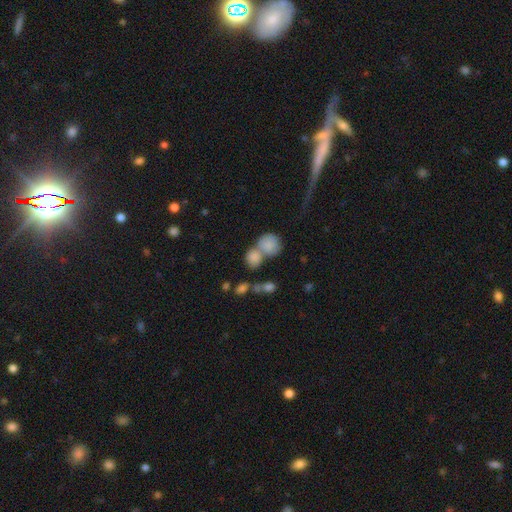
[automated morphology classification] A smooth galaxy with no disk features (81%) that is round (60%).

Vote fractions:
- Smooth or featured? smooth: 81% / featured or disk: 11% / star or artifact: 9%
- How rounded? round: 60% / in between: 38% / cigar-shaped: 2%
- Merging? merger: 59% / none: 29% / minor disturbance: 8% / major disturbance: 4%